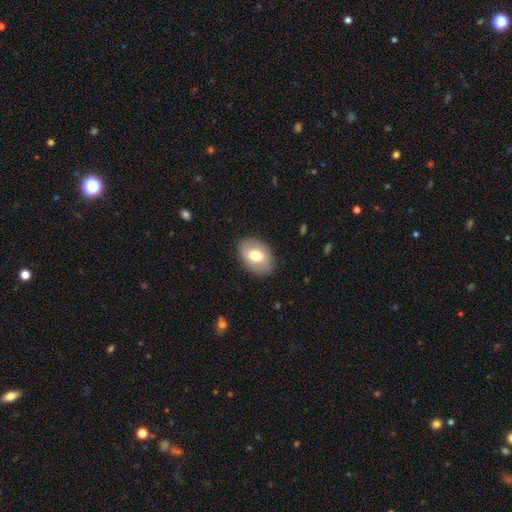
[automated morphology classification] A smooth galaxy with no disk features (63%) that is in between round and cigar-shaped (83%).

Vote fractions:
- Smooth or featured? smooth: 63% / featured or disk: 31% / star or artifact: 6%
- How rounded? in between: 83% / round: 15% / cigar-shaped: 1%
- Merging? none: 85% / minor disturbance: 11% / major disturbance: 3% / merger: 1%